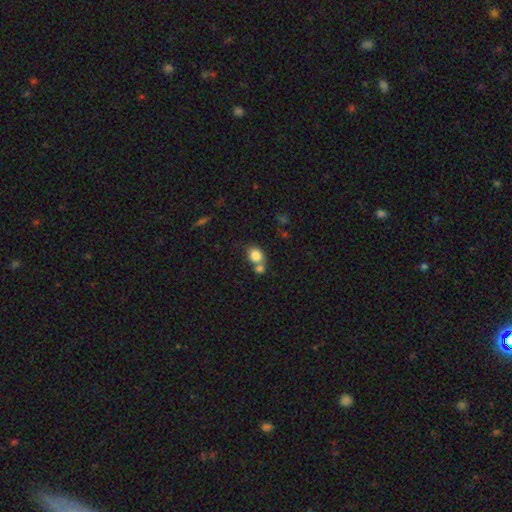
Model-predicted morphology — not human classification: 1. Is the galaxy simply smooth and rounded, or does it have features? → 82% smooth, 9% star or artifact, 8% featured or disk.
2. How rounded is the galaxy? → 60% round, 39% in between, 1% cigar-shaped.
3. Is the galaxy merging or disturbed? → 45% none, 41% merger, 10% minor disturbance, 4% major disturbance.